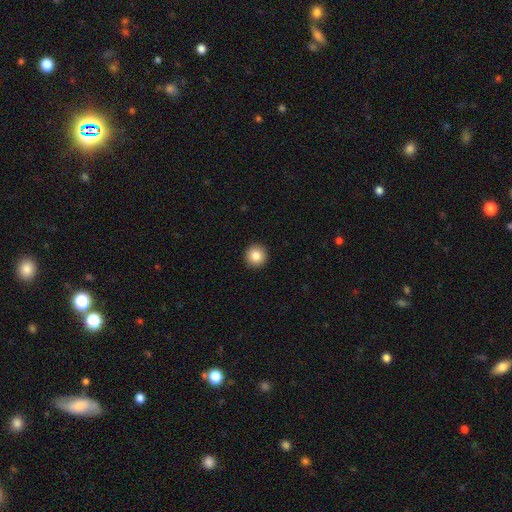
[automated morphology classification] Q: Smooth or featured?
A: smooth (85%); runner-up: star or artifact (9%)
Q: How rounded?
A: round (96%); runner-up: in between (4%)
Q: Merging?
A: none (93%); runner-up: minor disturbance (4%)